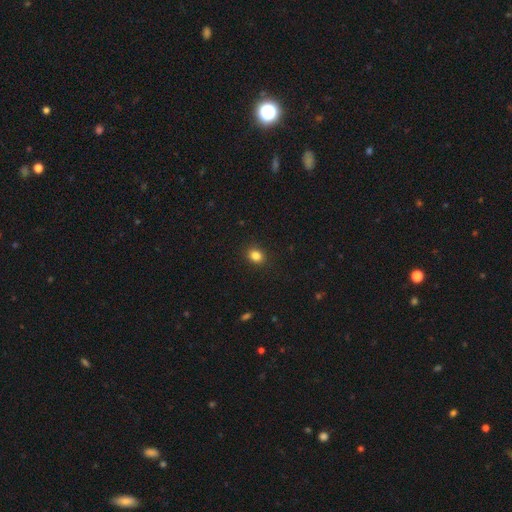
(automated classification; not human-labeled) The model was most divided on "how rounded": round: 63%, in between: 36%, cigar-shaped: 1%. More confident: merging — none (90%); smooth or featured — smooth (84%).